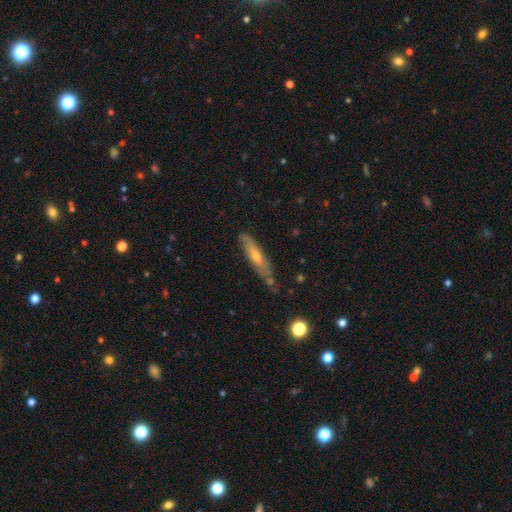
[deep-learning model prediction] Smooth or featured? featured or disk (51%)
Edge-on disk? yes (61%)
Merging? none (70%)